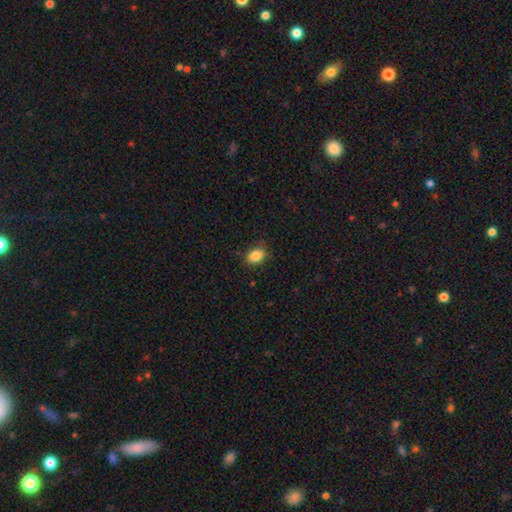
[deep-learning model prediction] Overall: smooth (87%). How rounded: in between (72%). Merging: none (81%).